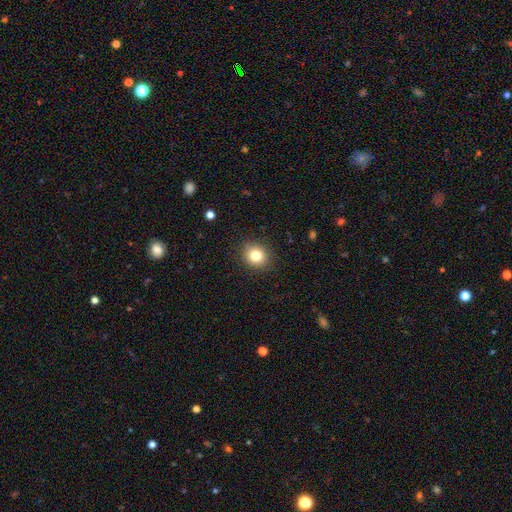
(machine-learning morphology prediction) Smooth or featured? smooth (81%)
How rounded? round (80%)
Merging? none (89%)